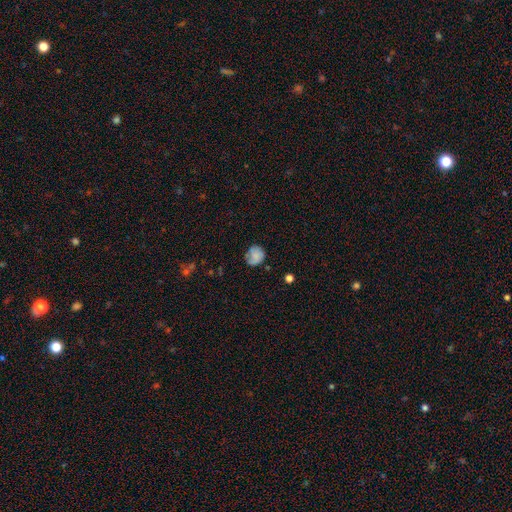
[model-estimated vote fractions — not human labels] Smooth or featured: smooth — 70% (featured or disk — 20%)
How rounded: round — 75% (in between — 24%)
Merging: none — 61% (minor disturbance — 27%)